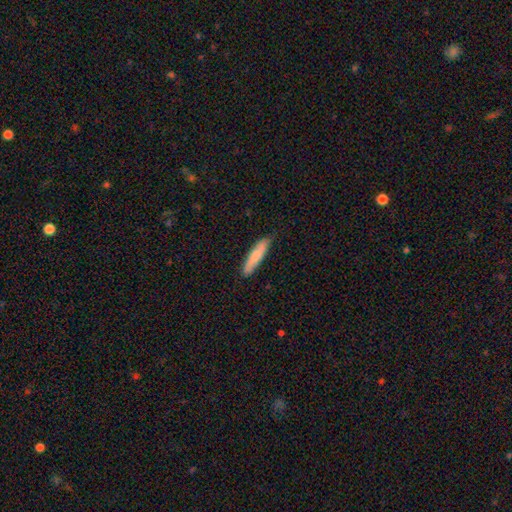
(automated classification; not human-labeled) A smooth galaxy with no disk features (76%) that is cigar-shaped (79%).

Vote fractions:
- Smooth or featured? smooth: 76% / featured or disk: 19% / star or artifact: 5%
- How rounded? cigar-shaped: 79% / in between: 19% / round: 2%
- Merging? none: 83% / minor disturbance: 14% / major disturbance: 2% / merger: 1%